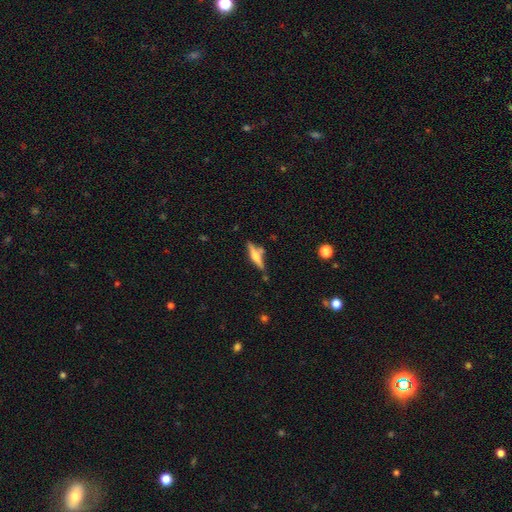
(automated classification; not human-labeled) smooth_or_featured: featured or disk (p=0.62) [alt: smooth p=0.31]
disk_edge_on: yes (p=0.96) [alt: no p=0.04]
edge_on_bulge: rounded (p=0.82) [alt: boxy p=0.14]
merging: none (p=0.73) [alt: minor disturbance p=0.13]